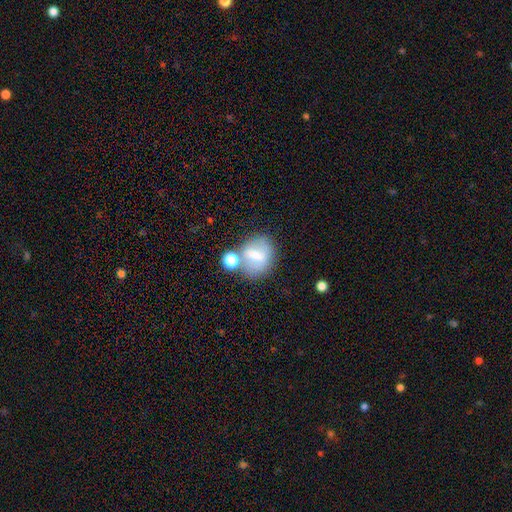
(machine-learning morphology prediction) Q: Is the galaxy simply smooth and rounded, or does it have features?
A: smooth — 58%.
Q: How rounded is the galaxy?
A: round — 55%.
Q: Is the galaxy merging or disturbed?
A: none — 47%.